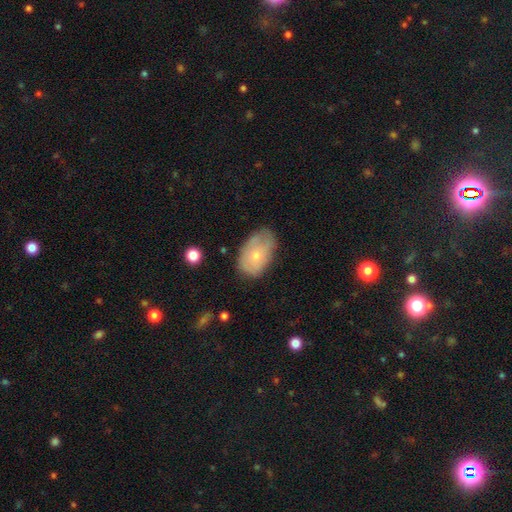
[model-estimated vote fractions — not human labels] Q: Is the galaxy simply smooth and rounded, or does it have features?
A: smooth — 62%.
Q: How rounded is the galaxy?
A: in between — 90%.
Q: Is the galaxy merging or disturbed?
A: none — 62%.